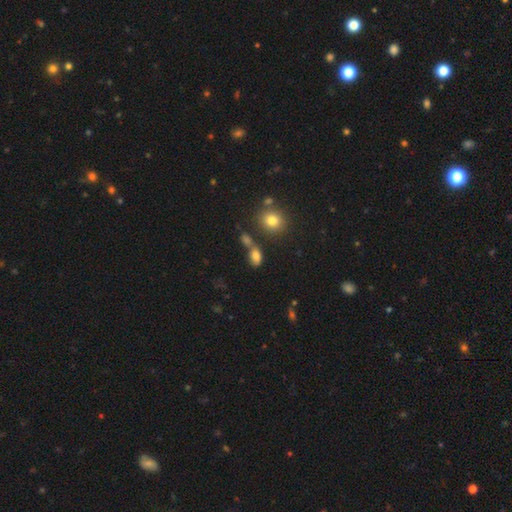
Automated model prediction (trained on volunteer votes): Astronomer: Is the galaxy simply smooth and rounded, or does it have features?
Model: smooth — 78%.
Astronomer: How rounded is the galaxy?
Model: in between — 82%.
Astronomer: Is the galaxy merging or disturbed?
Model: none — 53%.